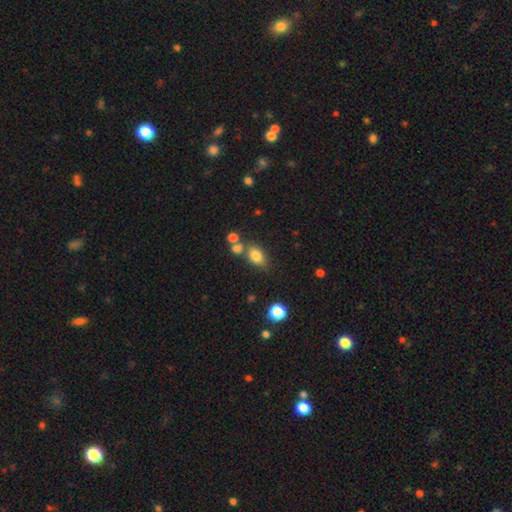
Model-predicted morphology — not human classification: smooth 80%, star or artifact 11%, featured or disk 9%. Down the decision tree: how rounded — in between (77%); merging — none (61%).